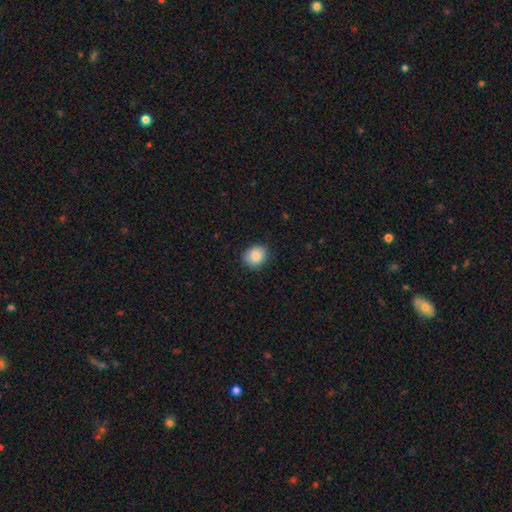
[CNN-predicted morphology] The model was most divided on "how rounded": round: 63%, in between: 36%, cigar-shaped: 1%. More confident: smooth or featured — smooth (87%); merging — none (83%).